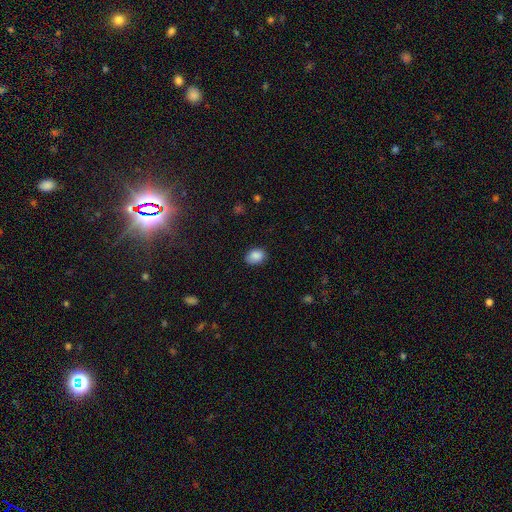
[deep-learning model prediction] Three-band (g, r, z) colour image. It shows a smooth galaxy with no disk features (87%) that is in between round and cigar-shaped (72%). Merging: none (81%).